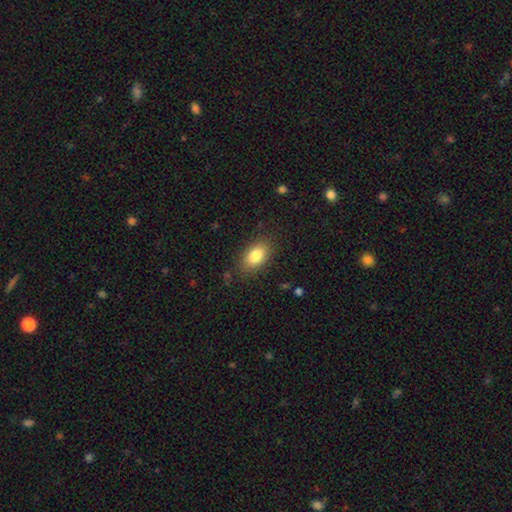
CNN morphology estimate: This is clearly a smooth galaxy (82%). How rounded: clearly in between (89%). Merging: clearly none (84%).